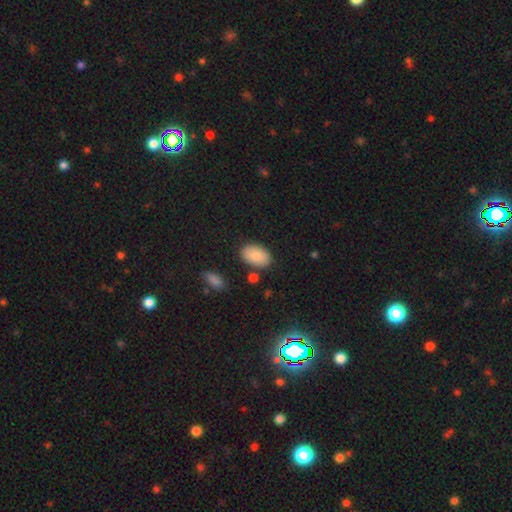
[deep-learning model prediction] A smooth galaxy with no disk features (85%) that is in between round and cigar-shaped (92%). Merging: none (82%).